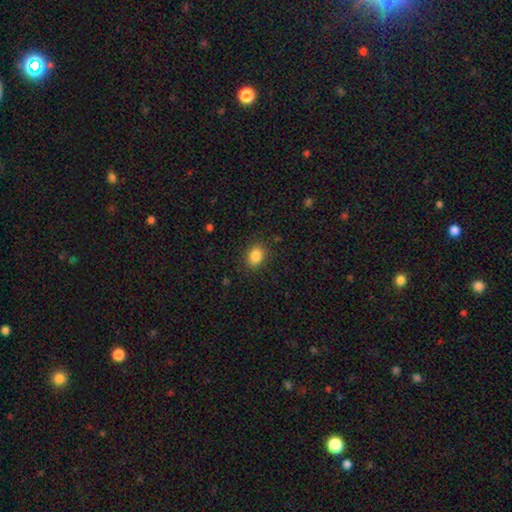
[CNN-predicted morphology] A smooth galaxy with no disk features (86%) that is in between round and cigar-shaped (62%). Merging: none (86%).